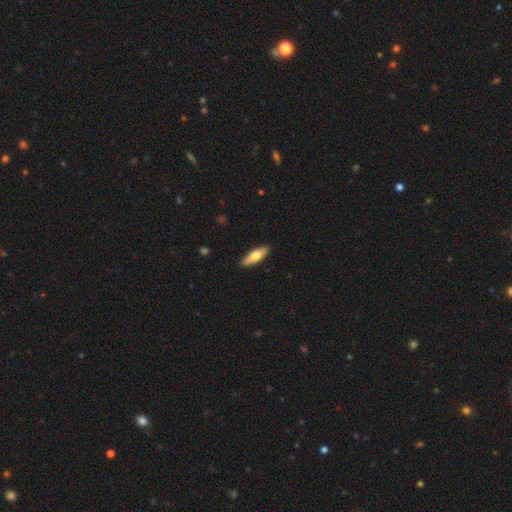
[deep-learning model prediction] This appears to be a smooth galaxy with no disk features (63%) that is in between round and cigar-shaped (52%). Merging: none (90%).